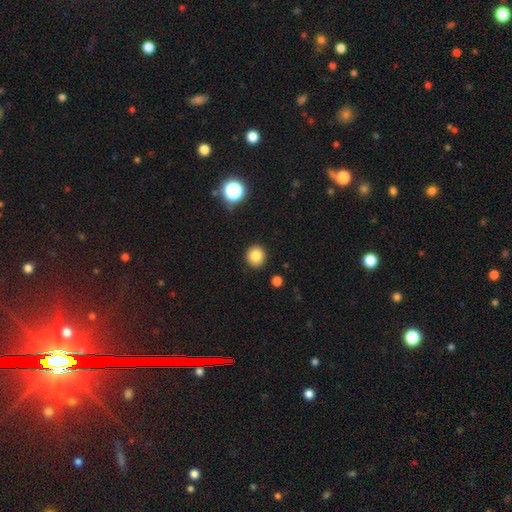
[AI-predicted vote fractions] Overall: smooth (82%). How rounded: round (92%). Merging: none (91%).